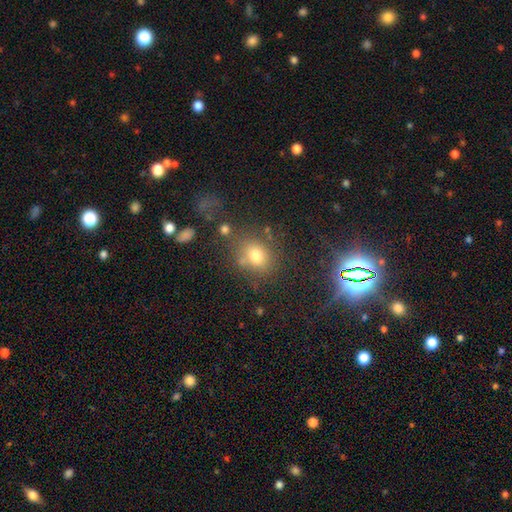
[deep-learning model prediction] Smooth or featured?
  - smooth: 73% *
  - star or artifact: 16%
  - featured or disk: 10%
How rounded?
  - round: 52% *
  - in between: 47%
  - cigar-shaped: 2%
Merging?
  - none: 66% *
  - minor disturbance: 16%
  - merger: 10%
  - major disturbance: 7%